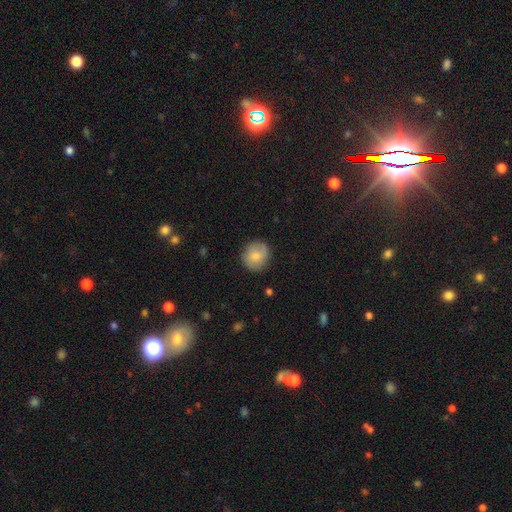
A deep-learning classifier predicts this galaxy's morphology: Overall: smooth (77%). How rounded: round (89%). Merging: none (82%).